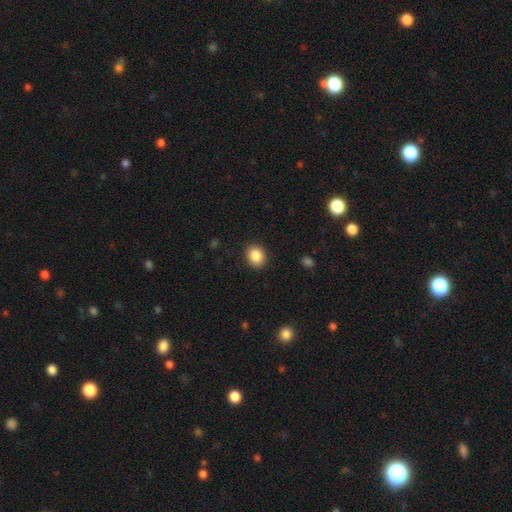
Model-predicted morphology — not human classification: Smooth or featured? Predicted: smooth (p=0.87). How rounded? Predicted: round (p=0.57). Merging? Predicted: none (p=0.89).